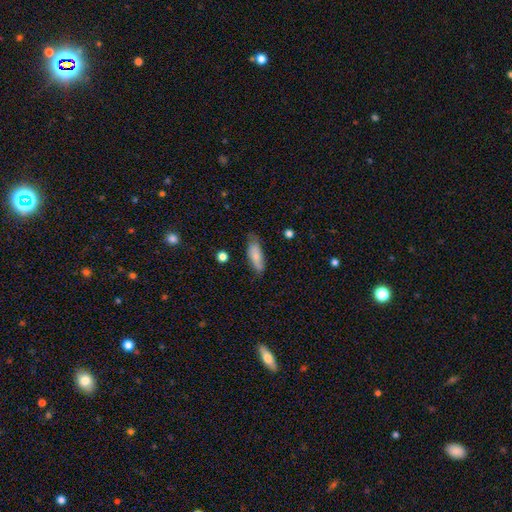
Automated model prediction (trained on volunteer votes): smooth_or_featured: smooth (p=0.77) [alt: featured or disk p=0.17]
how_rounded: in between (p=0.62) [alt: cigar-shaped p=0.36]
merging: none (p=0.66) [alt: minor disturbance p=0.26]